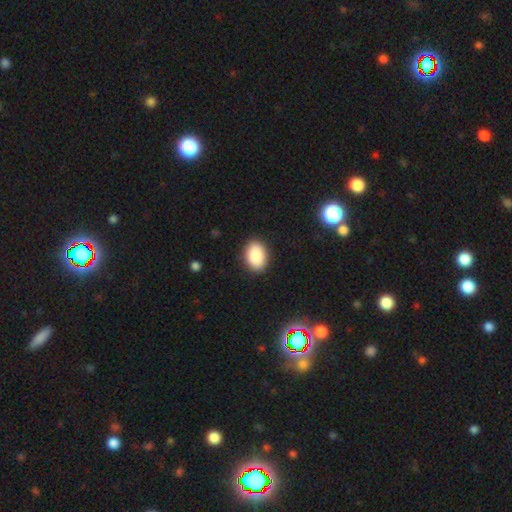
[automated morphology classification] Smooth or featured?
  - smooth: 89% *
  - star or artifact: 7%
  - featured or disk: 4%
How rounded?
  - in between: 85% *
  - round: 14%
  - cigar-shaped: 1%
Merging?
  - none: 89% *
  - minor disturbance: 8%
  - major disturbance: 2%
  - merger: 1%